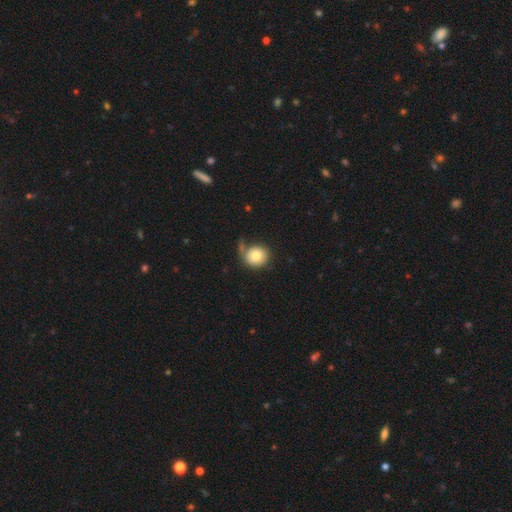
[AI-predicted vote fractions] Smooth or featured: smooth — 81% (featured or disk — 11%)
How rounded: round — 86% (in between — 13%)
Merging: none — 53% (minor disturbance — 21%)